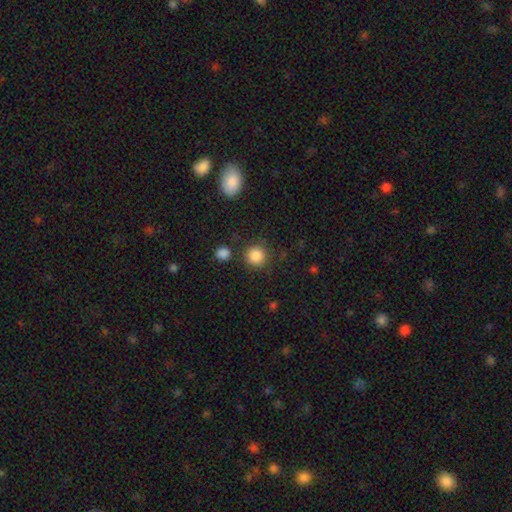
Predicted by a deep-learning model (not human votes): Q: Smooth or featured?
A: smooth (86%); runner-up: star or artifact (10%)
Q: How rounded?
A: round (93%); runner-up: in between (6%)
Q: Merging?
A: none (83%); runner-up: minor disturbance (8%)